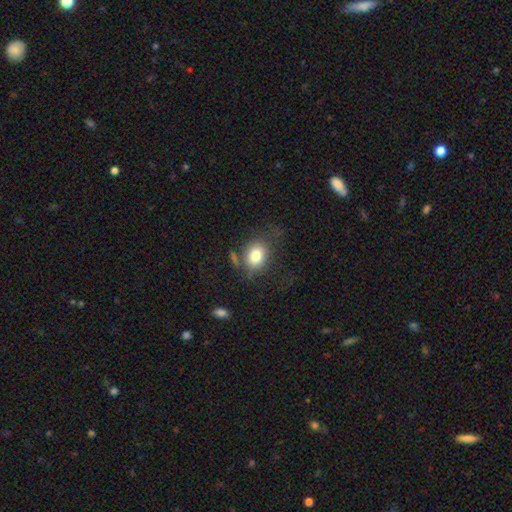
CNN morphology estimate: smooth 79%, featured or disk 12%, star or artifact 10%. Down the decision tree: how rounded — round (53%); merging — none (61%).